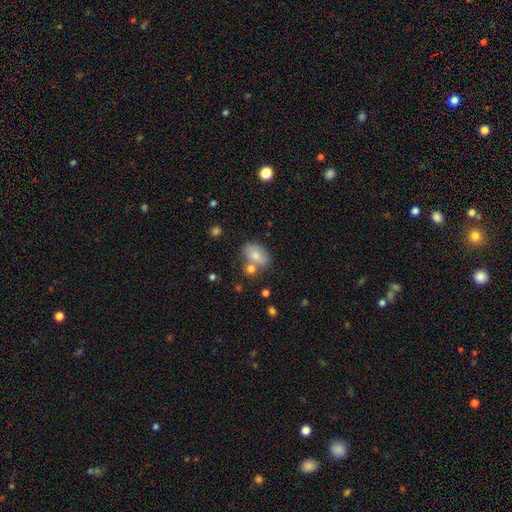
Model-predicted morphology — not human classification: smooth-or-featured: smooth: 75% | featured or disk: 16% | star or artifact: 8%
  how-rounded: in between: 86% | round: 12% | cigar-shaped: 2%
  merging: none: 51% | merger: 27% | minor disturbance: 16% | major disturbance: 5%